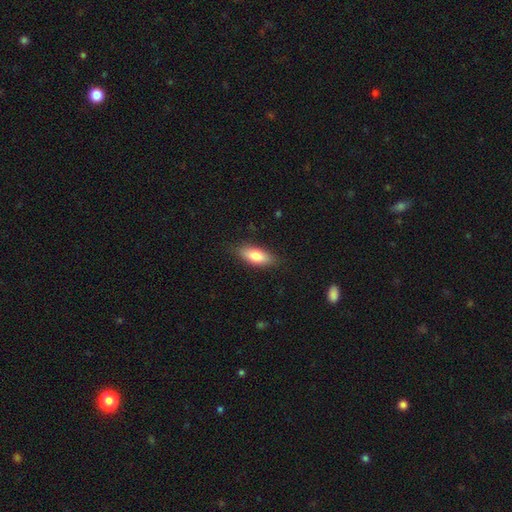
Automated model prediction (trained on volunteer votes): This is likely a smooth galaxy (77%). How rounded: likely in between (76%). Merging: clearly none (85%).